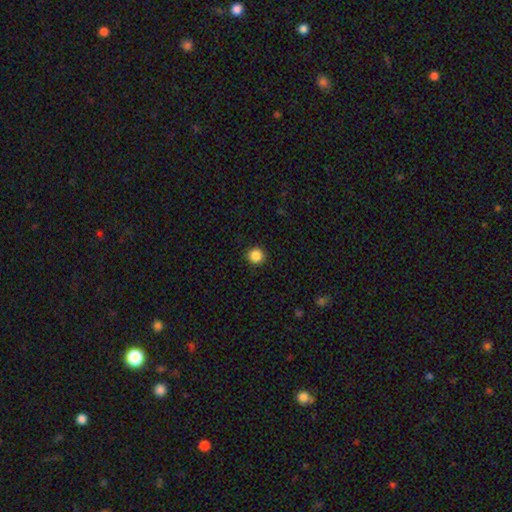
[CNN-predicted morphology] smooth 87%, star or artifact 10%, featured or disk 3%. Down the decision tree: how rounded — round (95%); merging — none (92%).